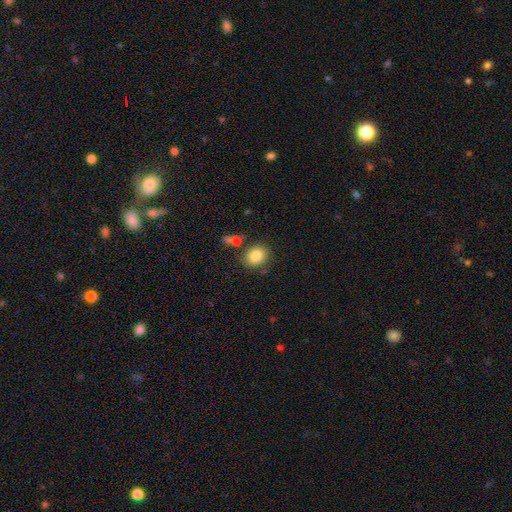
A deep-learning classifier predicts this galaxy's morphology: smooth_or_featured: smooth (p=0.83) [alt: featured or disk p=0.09]
how_rounded: round (p=0.56) [alt: in between p=0.43]
merging: none (p=0.70) [alt: minor disturbance p=0.13]